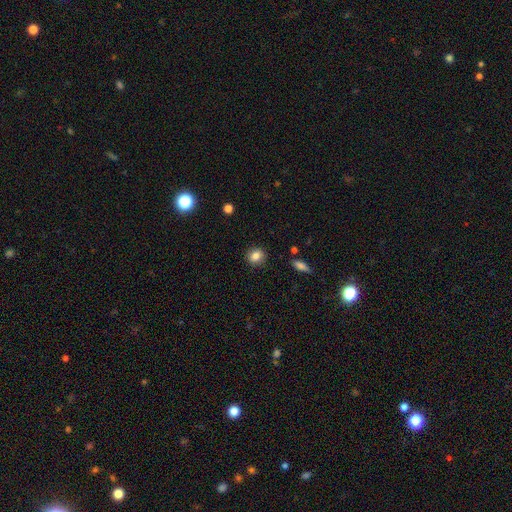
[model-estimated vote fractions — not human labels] Smooth or featured? smooth (84%)
How rounded? round (78%)
Merging? none (90%)